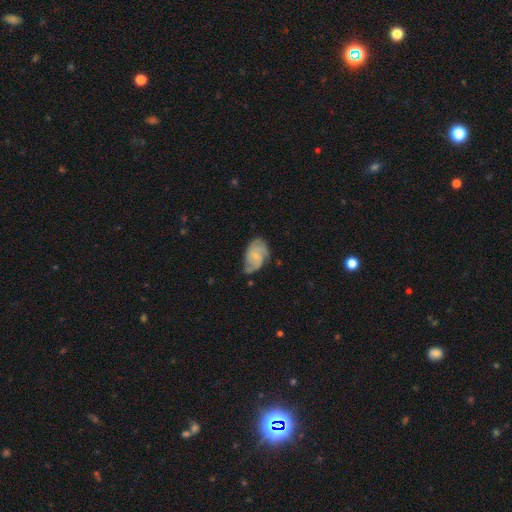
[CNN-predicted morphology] smooth-or-featured: featured or disk: 64% | smooth: 30% | star or artifact: 7%
  disk-edge-on: no: 97% | yes: 3%
    bar: no: 59% | weak: 35% | strong: 5%
    has-spiral-arms: yes: 89% | no: 11%
      spiral-winding: medium: 44% | tight: 38% | loose: 18%
      spiral-arm-count: 2: 40% | can't tell: 24% | 3: 23% | 4: 5% | 1: 5% | more than 4: 3%
    bulge-size: small: 65% | moderate: 23% | none: 10% | large: 1% | dominant: 1%
  merging: none: 51% | minor disturbance: 34% | major disturbance: 12% | merger: 3%